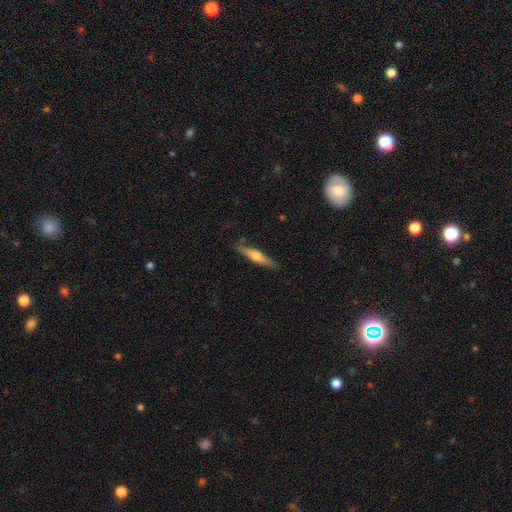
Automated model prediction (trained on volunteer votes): Smooth or featured?
  - featured or disk: 51% *
  - smooth: 44%
  - star or artifact: 6%
Edge-on disk?
  - yes: 94% *
  - no: 6%
Merging?
  - none: 84% *
  - minor disturbance: 12%
  - major disturbance: 2%
  - merger: 2%